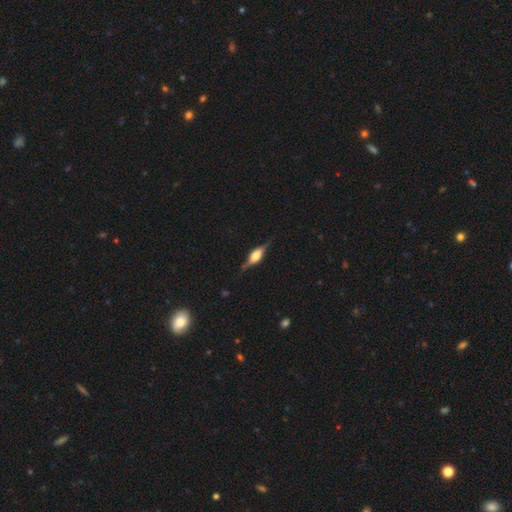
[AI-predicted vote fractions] The model was most divided on "smooth or featured": featured or disk: 72%, smooth: 21%, star or artifact: 7%. More confident: edge-on disk — yes (96%); edge-on bulge — rounded (83%); merging — none (80%).